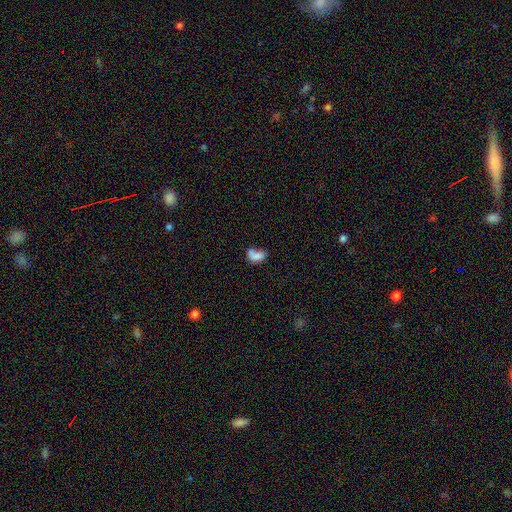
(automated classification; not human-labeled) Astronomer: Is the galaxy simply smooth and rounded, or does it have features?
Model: smooth — 71%.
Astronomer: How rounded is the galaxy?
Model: in between — 83%.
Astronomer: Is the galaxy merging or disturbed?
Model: merger — 33% (runner-up: none, 28%).